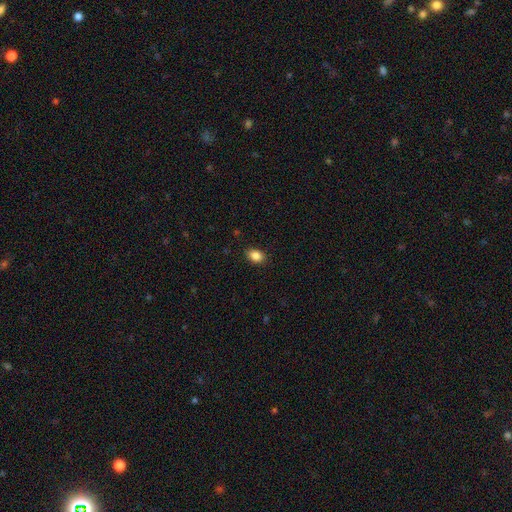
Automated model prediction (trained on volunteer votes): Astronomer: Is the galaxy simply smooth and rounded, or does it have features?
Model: smooth — 87%.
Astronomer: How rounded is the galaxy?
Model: in between — 76%.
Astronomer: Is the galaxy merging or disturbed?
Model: none — 88%.